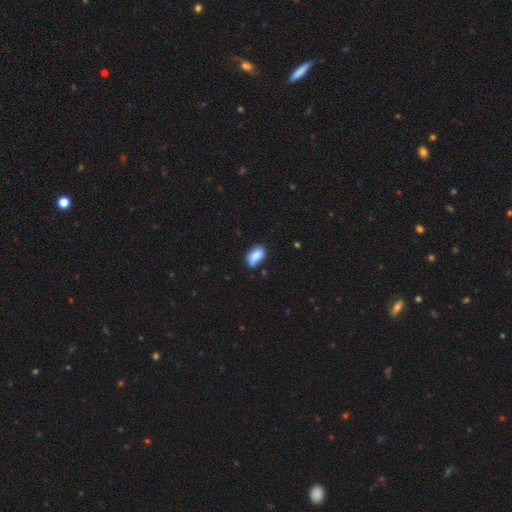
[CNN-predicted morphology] smooth-or-featured: smooth: 85% | star or artifact: 8% | featured or disk: 7%
  how-rounded: in between: 90% | round: 8% | cigar-shaped: 2%
  merging: none: 63% | minor disturbance: 28% | merger: 5% | major disturbance: 5%